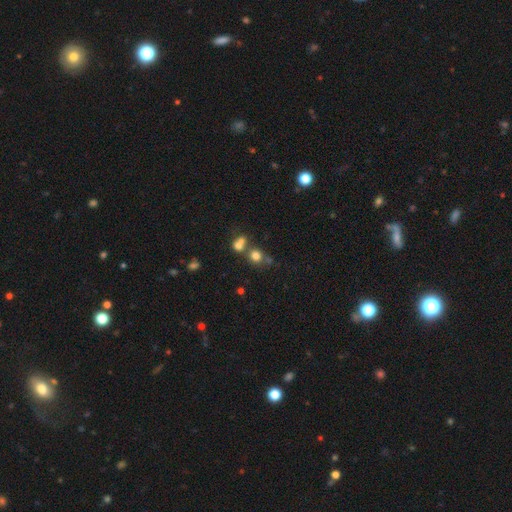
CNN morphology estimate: A smooth galaxy with no disk features (74%) that is round (84%). Merging: none (51%).